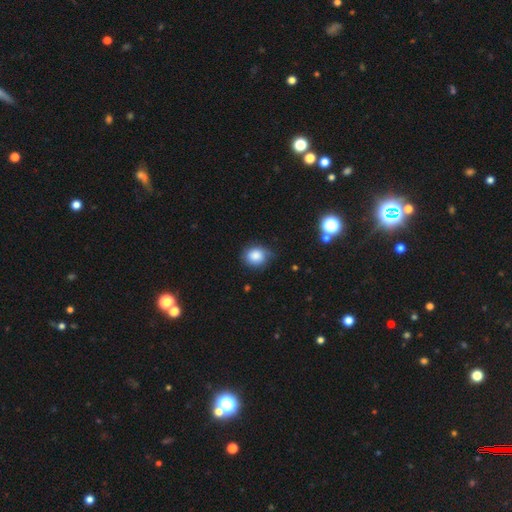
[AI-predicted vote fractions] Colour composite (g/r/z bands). It shows a smooth galaxy with no disk features (82%) that is round (70%). Merging: none (63%).